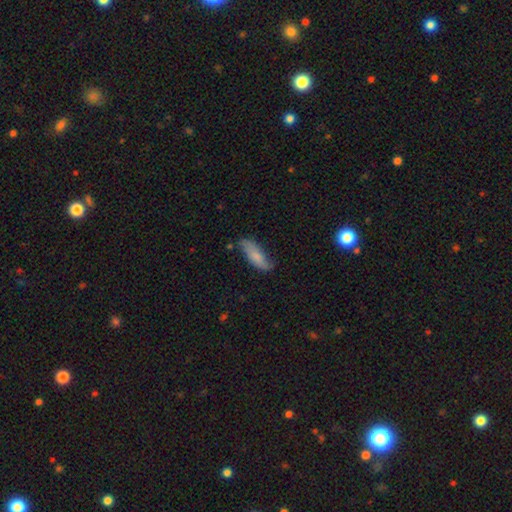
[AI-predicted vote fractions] This is likely a smooth galaxy (68%). How rounded: likely in between (60%). Merging: possibly none (58%).